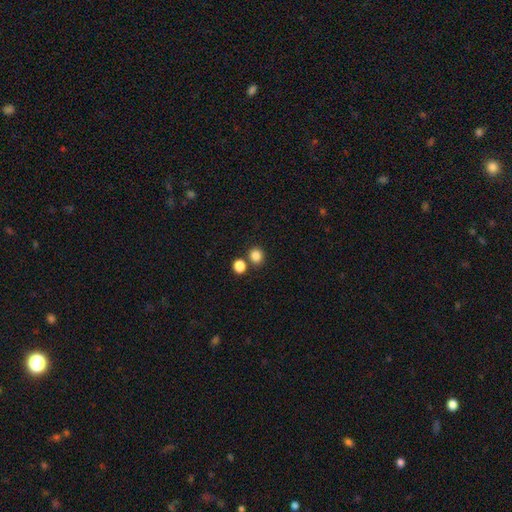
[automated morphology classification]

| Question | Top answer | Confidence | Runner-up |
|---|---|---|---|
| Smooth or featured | smooth | 84% | star or artifact (12%) |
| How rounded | round | 84% | in between (15%) |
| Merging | none | 75% | merger (16%) |